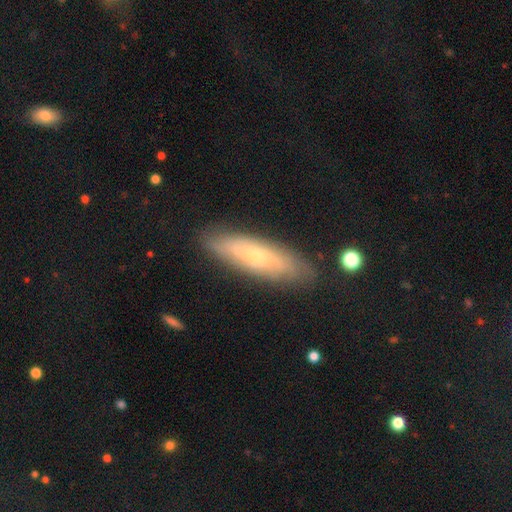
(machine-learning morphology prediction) This is possibly a featured or disk galaxy (52%). It is likely not viewed edge-on (65%). Merging: clearly none (82%).